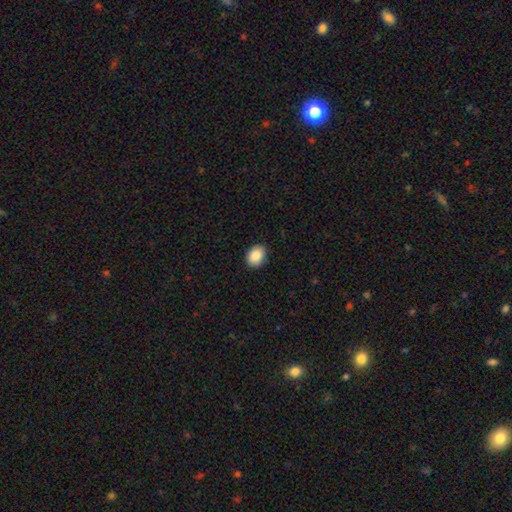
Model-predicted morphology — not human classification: A smooth galaxy with no disk features (88%) that is in between round and cigar-shaped (66%).

Vote fractions:
- Smooth or featured? smooth: 88% / star or artifact: 8% / featured or disk: 4%
- How rounded? in between: 66% / round: 33% / cigar-shaped: 1%
- Merging? none: 87% / minor disturbance: 10% / major disturbance: 2% / merger: 1%